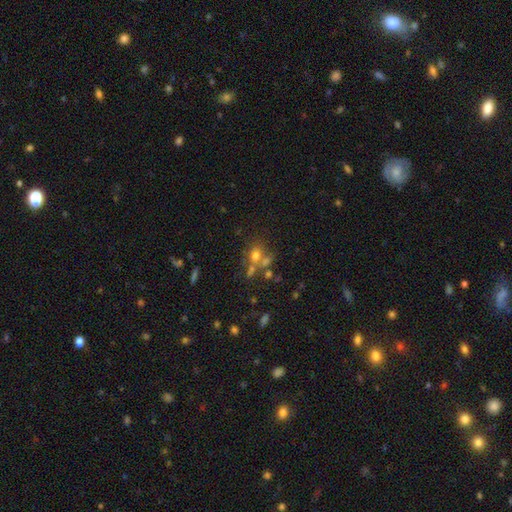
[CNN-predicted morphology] A smooth galaxy with no disk features (61%) that is round (62%). Merging: none (46%).